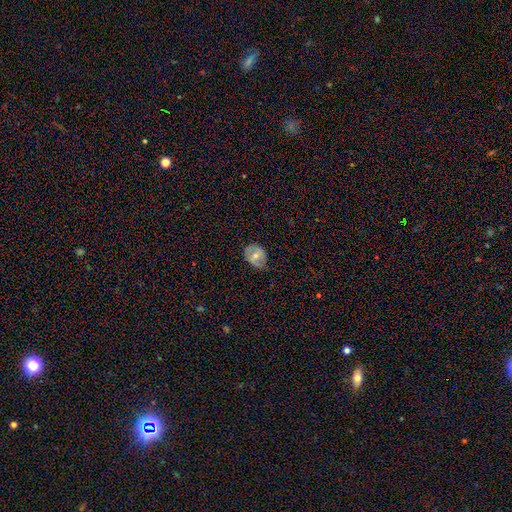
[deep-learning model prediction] Smooth or featured? smooth (56%)
How rounded? in between (54%)
Merging? none (66%)